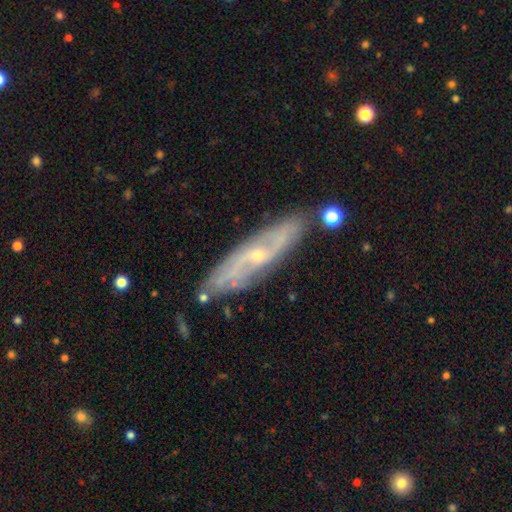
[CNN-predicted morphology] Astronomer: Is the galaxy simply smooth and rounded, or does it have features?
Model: featured or disk — 78%.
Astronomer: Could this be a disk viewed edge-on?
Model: no — 72%.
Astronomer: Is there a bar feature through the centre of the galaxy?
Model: no — 53% (runner-up: weak, 37%).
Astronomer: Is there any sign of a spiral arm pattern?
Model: yes — 88%.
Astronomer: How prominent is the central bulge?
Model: small — 72%.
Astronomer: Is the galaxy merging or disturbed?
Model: none — 79%.